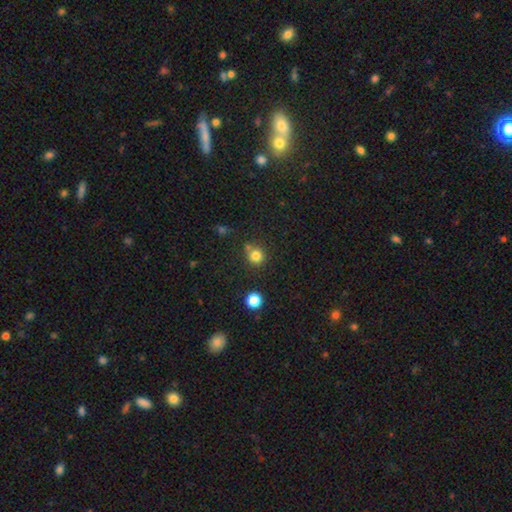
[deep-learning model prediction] smooth 80%, star or artifact 14%, featured or disk 6%. Down the decision tree: how rounded — round (91%); merging — none (73%).